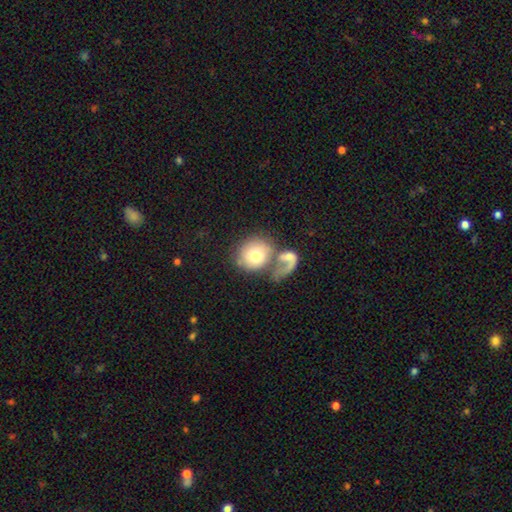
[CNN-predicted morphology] Overall: smooth (68%). How rounded: round (78%). Merging: merger (49%; none 26%).